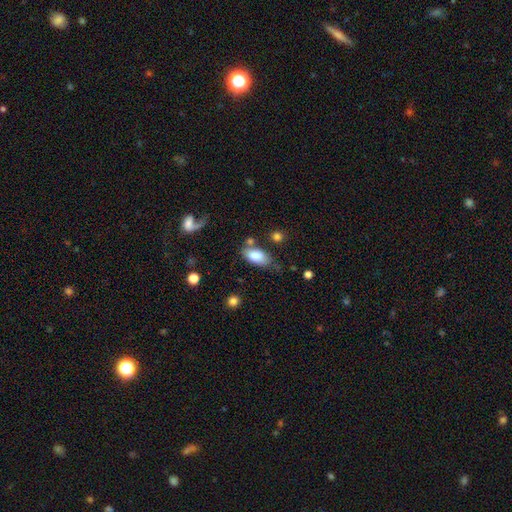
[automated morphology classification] Smooth or featured: smooth — 81% (featured or disk — 12%)
How rounded: in between — 91% (cigar-shaped — 5%)
Merging: none — 61% (minor disturbance — 21%)